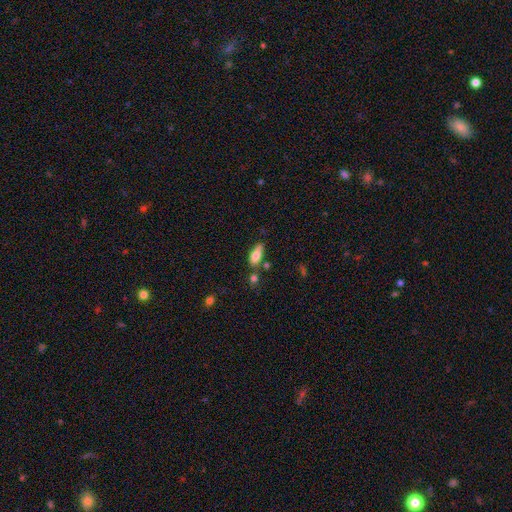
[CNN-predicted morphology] A smooth galaxy with no disk features (77%) that is in between round and cigar-shaped (77%). Merging: none (55%).